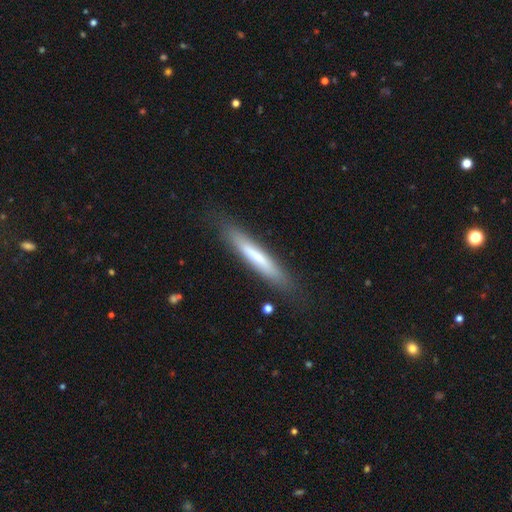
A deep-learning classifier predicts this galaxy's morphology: A smooth galaxy with no disk features (60%) that is cigar-shaped (93%). Merging: none (83%).